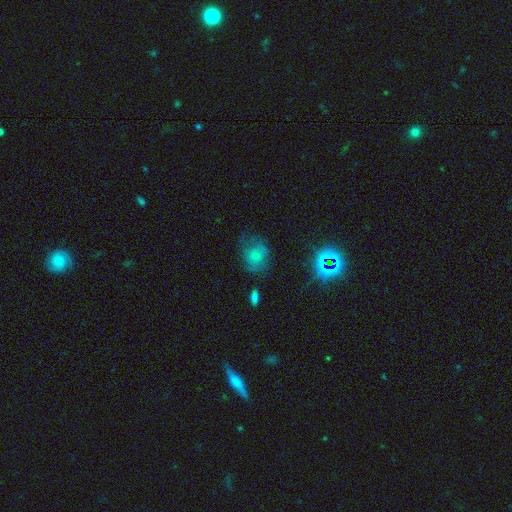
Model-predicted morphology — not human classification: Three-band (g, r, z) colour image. It shows a smooth galaxy with no disk features (63%) that is round (57%). Merging: none (52%).